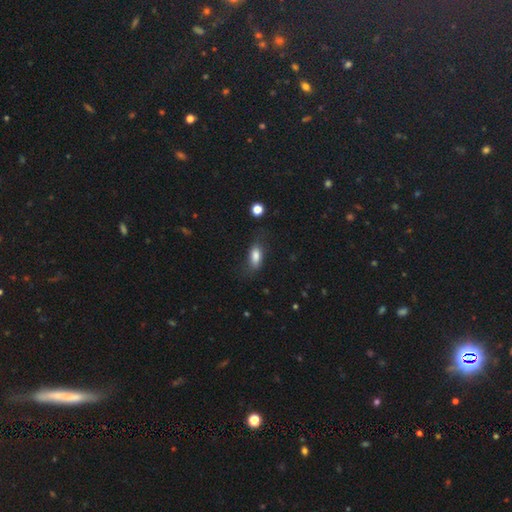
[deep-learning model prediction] A smooth galaxy with no disk features (80%) that is in between round and cigar-shaped (84%).

Vote fractions:
- Smooth or featured? smooth: 80% / featured or disk: 11% / star or artifact: 9%
- How rounded? in between: 84% / cigar-shaped: 11% / round: 5%
- Merging? none: 66% / minor disturbance: 22% / major disturbance: 10% / merger: 2%